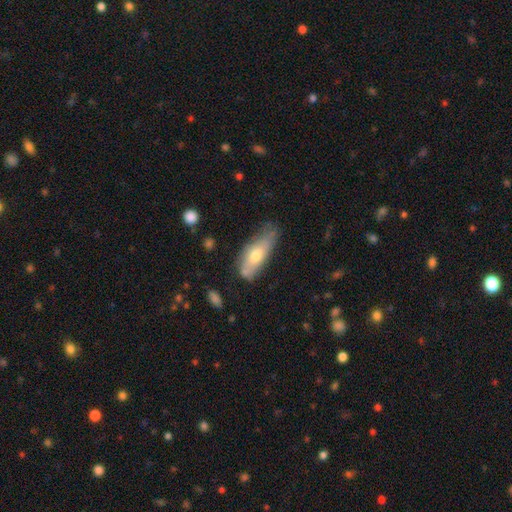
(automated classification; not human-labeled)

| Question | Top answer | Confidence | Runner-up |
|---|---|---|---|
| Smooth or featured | smooth | 61% | featured or disk (33%) |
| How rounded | in between | 67% | cigar-shaped (30%) |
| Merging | none | 44% | minor disturbance (37%) |